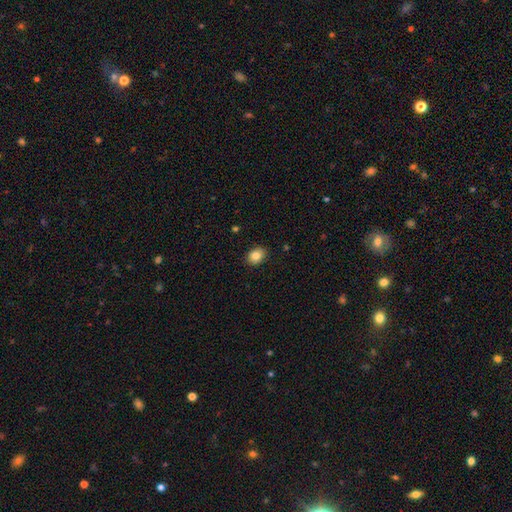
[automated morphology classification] Overall: smooth (85%). How rounded: in between (60%; round 39%). Merging: none (88%).